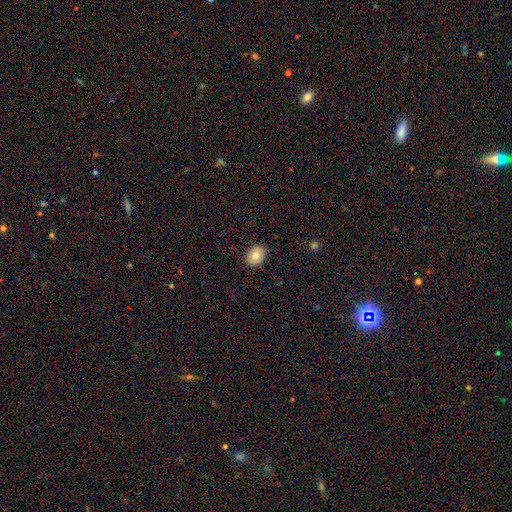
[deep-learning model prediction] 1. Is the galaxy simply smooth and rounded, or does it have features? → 79% smooth, 13% featured or disk, 8% star or artifact.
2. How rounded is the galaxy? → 66% in between, 33% round, 1% cigar-shaped.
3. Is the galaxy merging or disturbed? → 89% none, 8% minor disturbance, 2% major disturbance, 1% merger.